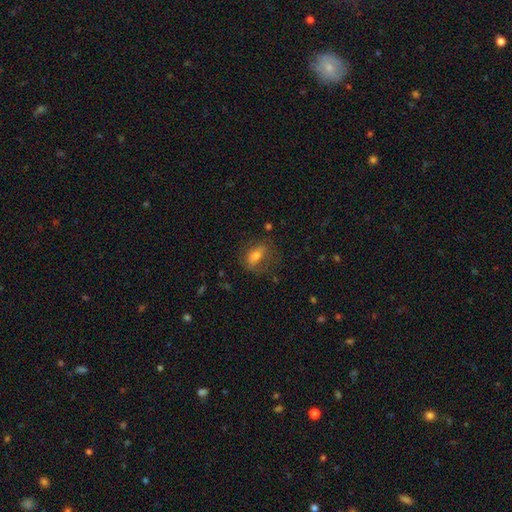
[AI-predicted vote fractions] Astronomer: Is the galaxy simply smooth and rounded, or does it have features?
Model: smooth — 60%.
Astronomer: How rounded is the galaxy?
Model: in between — 74%.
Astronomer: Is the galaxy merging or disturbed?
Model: none — 60%.